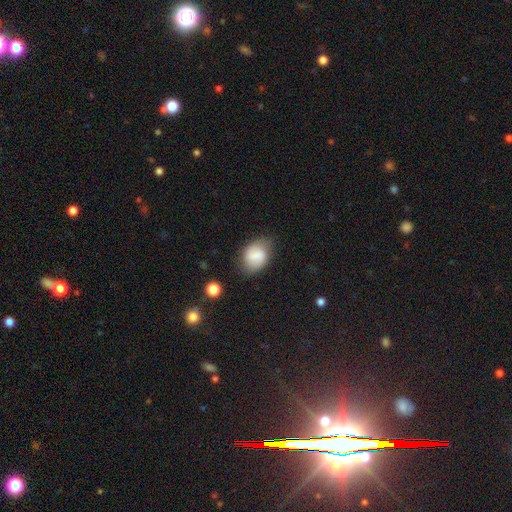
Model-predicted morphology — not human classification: This appears to be a smooth galaxy with no disk features (73%) that is in between round and cigar-shaped (72%). Merging: none (64%).